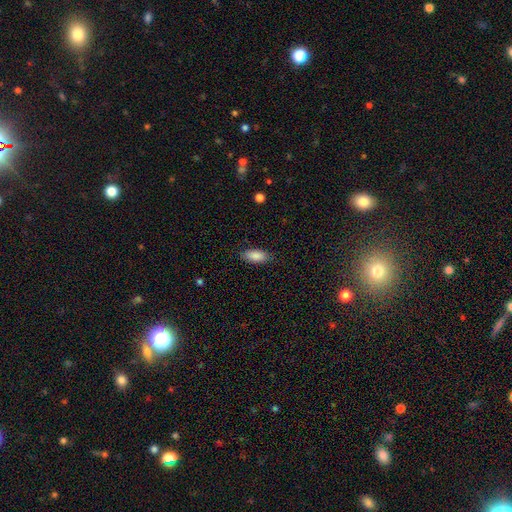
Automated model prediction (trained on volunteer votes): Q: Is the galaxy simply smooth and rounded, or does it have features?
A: smooth — 87%.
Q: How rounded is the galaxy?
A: in between — 85%.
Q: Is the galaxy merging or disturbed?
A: none — 86%.